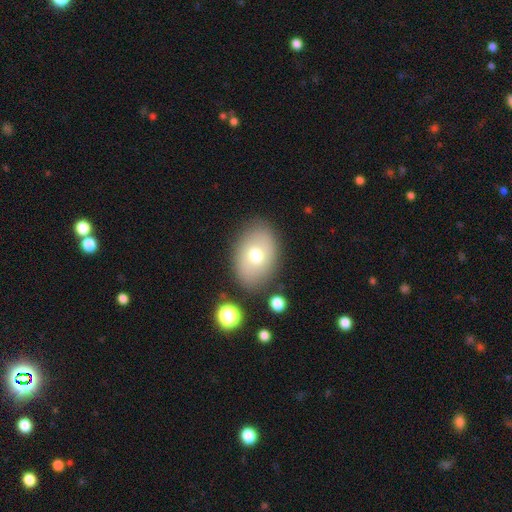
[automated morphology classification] Overall: smooth (68%). How rounded: in between (82%). Merging: none (82%).